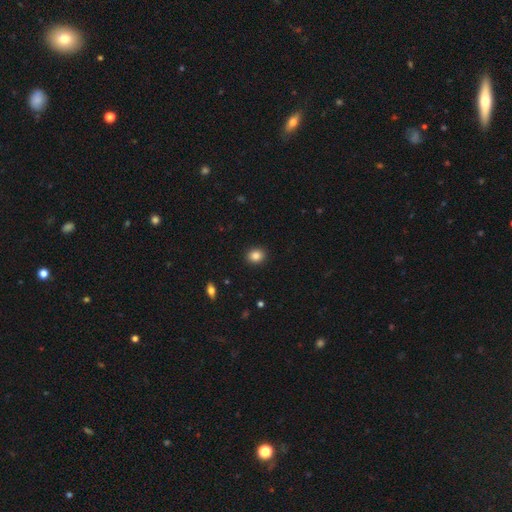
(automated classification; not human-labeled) Smooth or featured?
  - smooth: 86% *
  - star or artifact: 10%
  - featured or disk: 4%
How rounded?
  - round: 70% *
  - in between: 29%
  - cigar-shaped: 1%
Merging?
  - none: 91% *
  - minor disturbance: 6%
  - major disturbance: 2%
  - merger: 1%